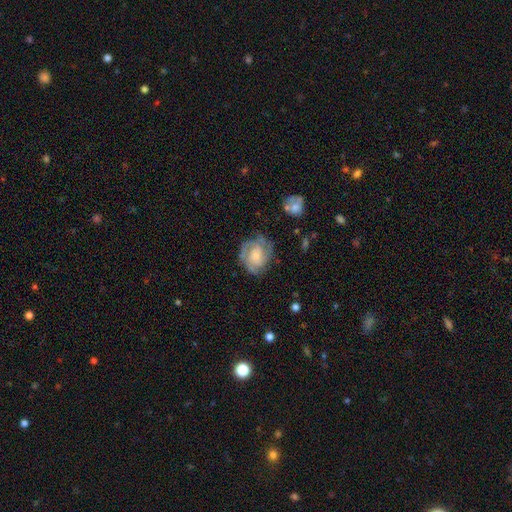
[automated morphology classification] Smooth or featured? featured or disk (70%)
Edge-on disk? no (97%)
Bar? no (66%)
Spiral arms? yes (88%)
Spiral winding? tight (54%)
Spiral arm count? 2 (34%)
Bulge size? moderate (38%)
Merging? none (67%)